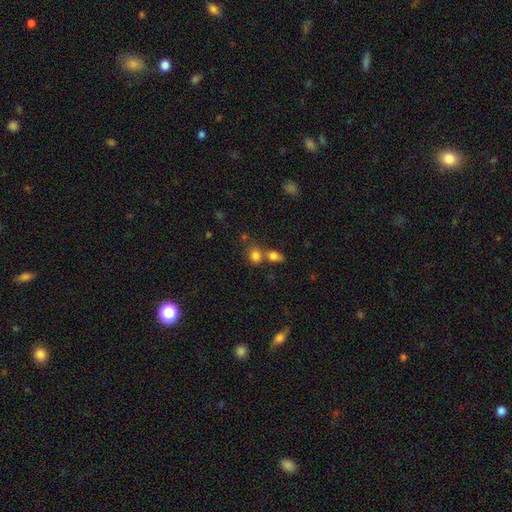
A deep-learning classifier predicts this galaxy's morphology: Smooth or featured: smooth — 80% (star or artifact — 12%)
How rounded: round — 57% (in between — 41%)
Merging: none — 46% (merger — 41%)